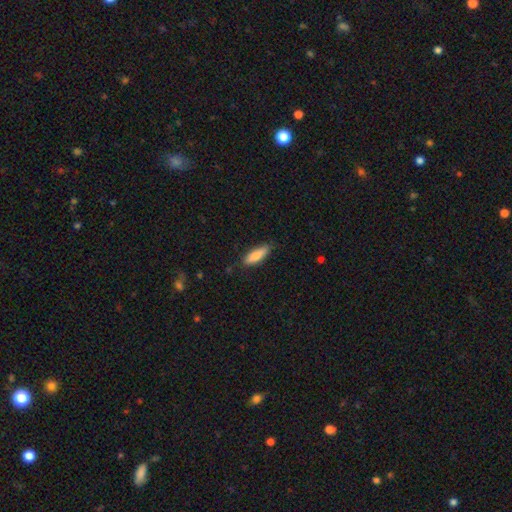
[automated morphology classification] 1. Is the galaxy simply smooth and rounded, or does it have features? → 80% smooth, 14% featured or disk, 6% star or artifact.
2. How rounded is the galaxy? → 52% in between, 46% cigar-shaped, 2% round.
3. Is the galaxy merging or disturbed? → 82% none, 15% minor disturbance, 2% major disturbance, 1% merger.